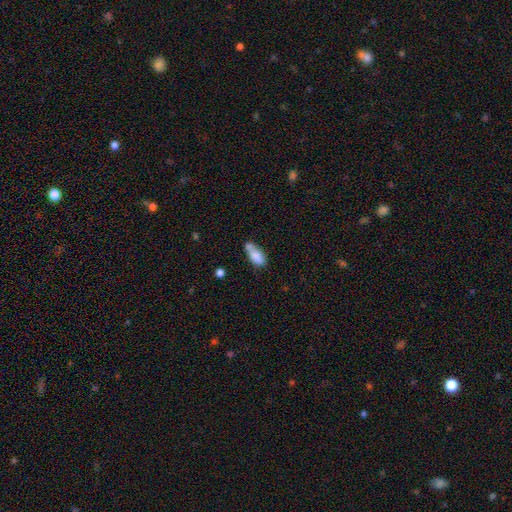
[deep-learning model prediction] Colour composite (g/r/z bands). It shows a smooth galaxy with no disk features (80%) that is in between round and cigar-shaped (85%). Merging: none (38%).